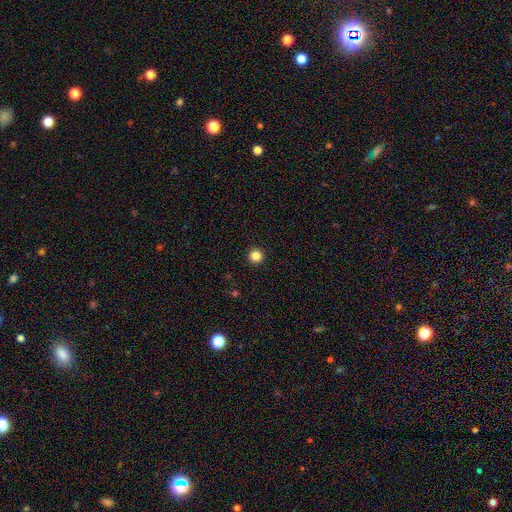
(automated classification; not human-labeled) Overall: smooth (85%). How rounded: round (97%). Merging: none (94%).